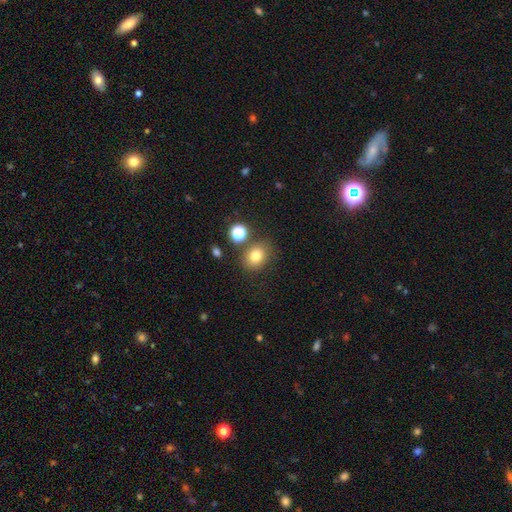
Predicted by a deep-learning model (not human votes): A smooth galaxy with no disk features (79%) that is round (57%). Merging: none (75%).